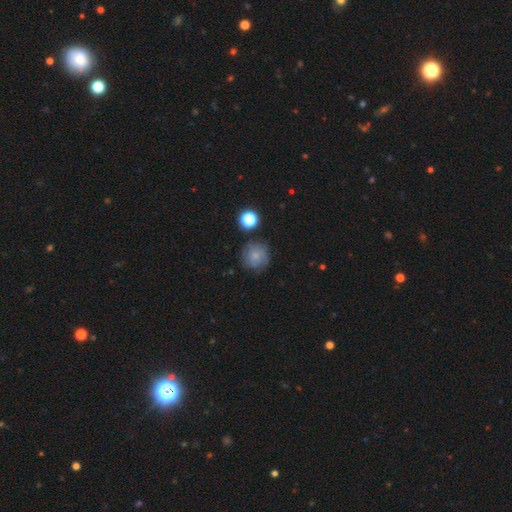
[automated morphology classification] Overall: smooth (62%; featured or disk 26%). How rounded: round (91%). Merging: none (72%).